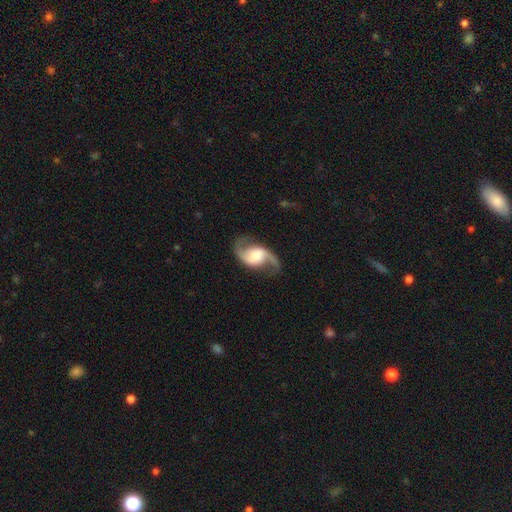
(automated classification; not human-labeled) A featured or disk galaxy (86%) with no bar (44%), 2 (93%) loose (65%) spiral arms (96%) and a moderate central bulge (35%). Merging: none (76%).